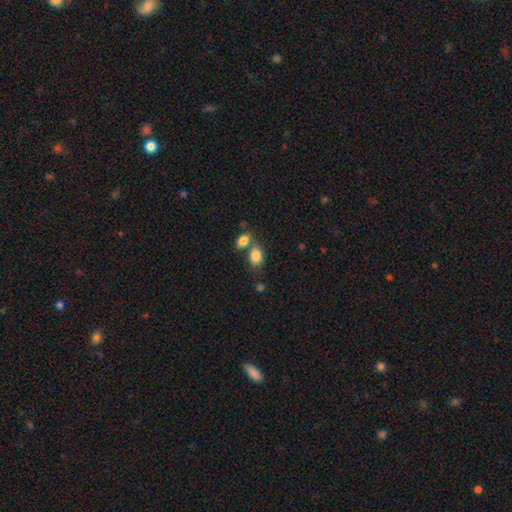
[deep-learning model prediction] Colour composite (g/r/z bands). It shows a smooth galaxy with no disk features (85%) that is in between round and cigar-shaped (80%). Merging: none (51%).